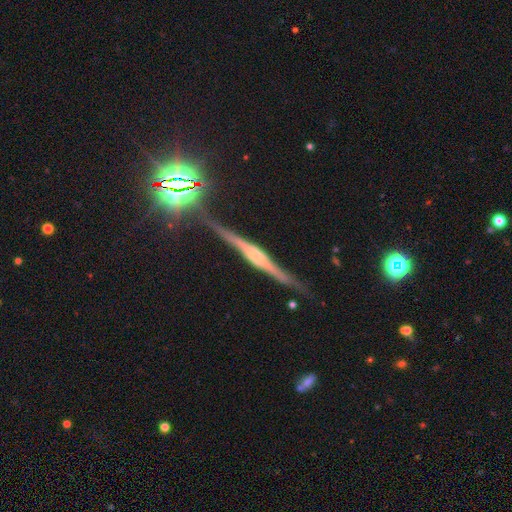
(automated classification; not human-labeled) This is clearly a featured or disk galaxy (80%). It is clearly viewed edge-on (97%). Edge-on bulge: possibly rounded (50%). Merging: clearly none (83%).